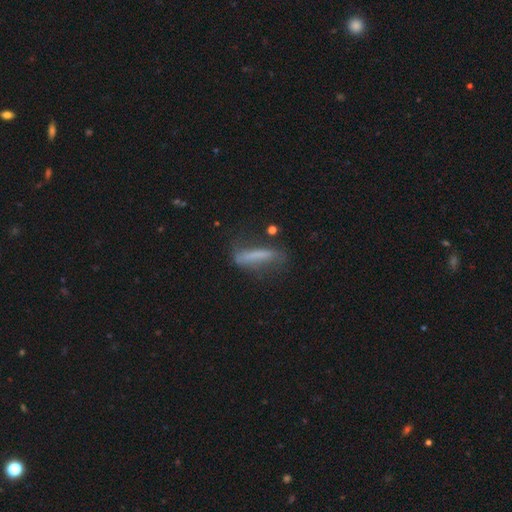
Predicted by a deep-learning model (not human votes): This is possibly a smooth galaxy (53%). How rounded: clearly cigar-shaped (80%). Merging: possibly none (52%).